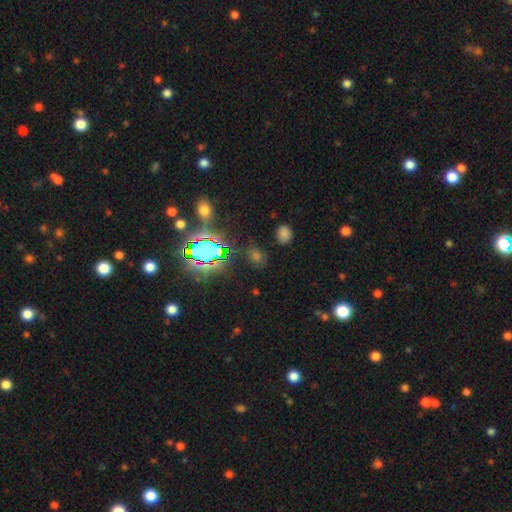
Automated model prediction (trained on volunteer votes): A star or artifact, not a galaxy (48%).

Vote fractions:
- Smooth or featured? star or artifact: 48% / smooth: 42% / featured or disk: 9%